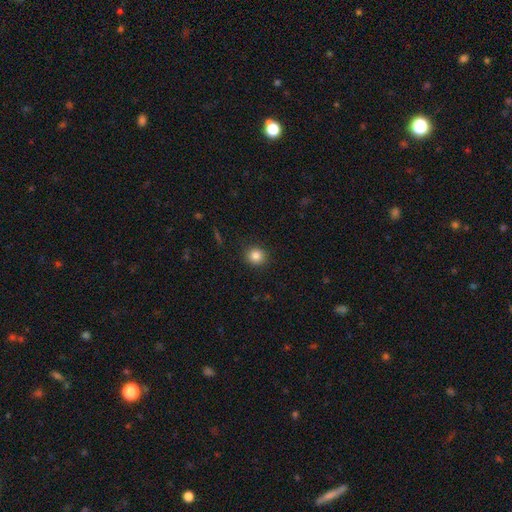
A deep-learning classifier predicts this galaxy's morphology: smooth 84%, star or artifact 11%, featured or disk 5%. Down the decision tree: how rounded — round (90%); merging — none (91%).